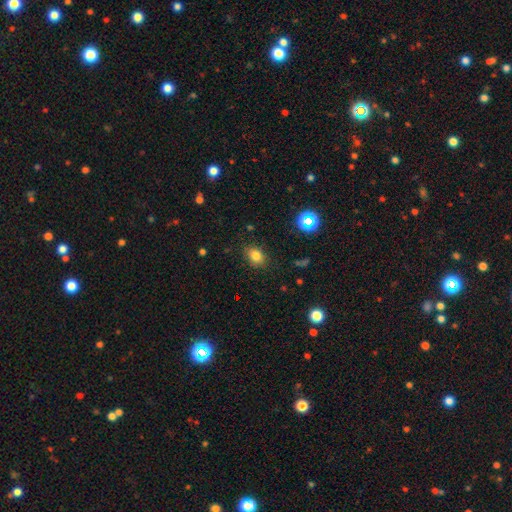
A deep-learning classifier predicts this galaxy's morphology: Smooth or featured? Predicted: smooth (p=0.79). How rounded? Predicted: in between (p=0.58). Merging? Predicted: none (p=0.84).